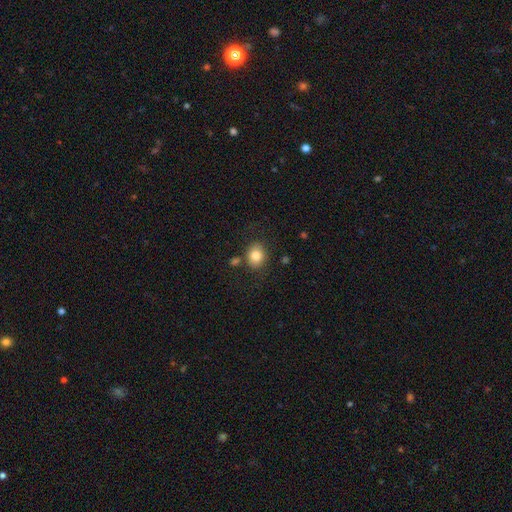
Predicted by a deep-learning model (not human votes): smooth-or-featured: smooth: 82% | star or artifact: 10% | featured or disk: 8%
  how-rounded: round: 60% | in between: 39% | cigar-shaped: 1%
  merging: none: 78% | minor disturbance: 12% | merger: 7% | major disturbance: 4%